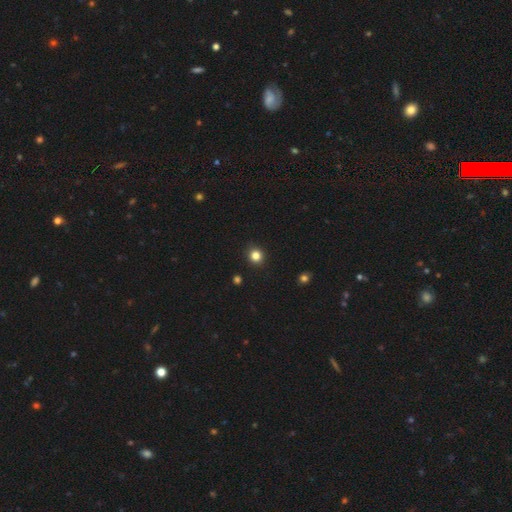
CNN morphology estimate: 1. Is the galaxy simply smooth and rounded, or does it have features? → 83% smooth, 13% star or artifact, 4% featured or disk.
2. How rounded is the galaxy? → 90% round, 9% in between, 1% cigar-shaped.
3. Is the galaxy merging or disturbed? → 92% none, 5% minor disturbance, 2% major disturbance, 1% merger.